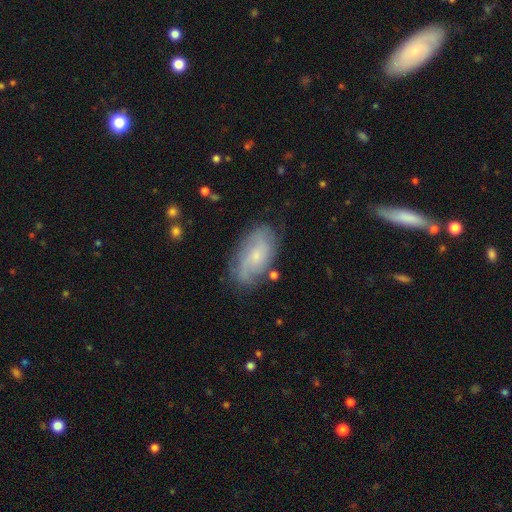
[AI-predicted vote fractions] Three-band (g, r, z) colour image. It shows a featured or disk galaxy (60%) with no bar (68%), spiral arms (85%) and a small central bulge (67%). Merging: none (70%).